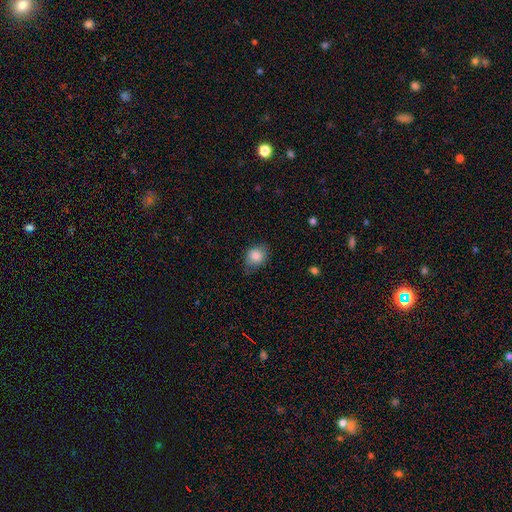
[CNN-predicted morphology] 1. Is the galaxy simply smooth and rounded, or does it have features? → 84% smooth, 9% star or artifact, 7% featured or disk.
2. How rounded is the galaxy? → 63% round, 36% in between, 1% cigar-shaped.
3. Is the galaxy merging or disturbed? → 60% none, 31% minor disturbance, 7% major disturbance, 1% merger.